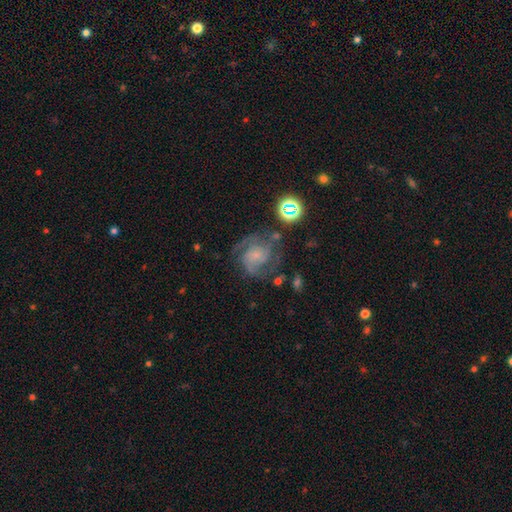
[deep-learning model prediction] Smooth or featured: featured or disk — 76% (smooth — 14%)
Edge-on disk: no — 98% (yes — 2%)
Bar: no — 68% (weak — 26%)
Spiral arms: yes — 94% (no — 6%)
Spiral winding: medium — 46% (tight — 41%)
Spiral arm count: 2 — 47% (3 — 22%)
Bulge size: small — 58% (none — 19%)
Merging: none — 59% (minor disturbance — 20%)